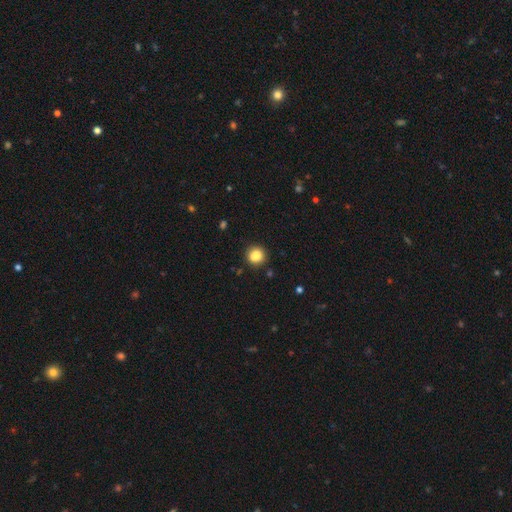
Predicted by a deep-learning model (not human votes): Smooth or featured?
  - smooth: 86% *
  - star or artifact: 10%
  - featured or disk: 4%
How rounded?
  - round: 85% *
  - in between: 14%
  - cigar-shaped: 1%
Merging?
  - none: 85% *
  - minor disturbance: 10%
  - major disturbance: 3%
  - merger: 2%